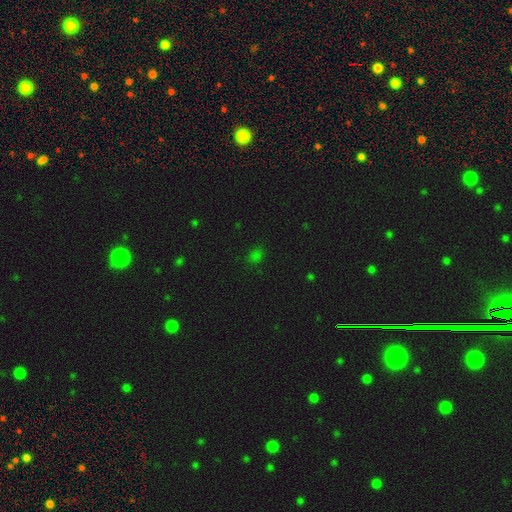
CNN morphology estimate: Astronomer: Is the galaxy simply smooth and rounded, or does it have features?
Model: smooth — 66%.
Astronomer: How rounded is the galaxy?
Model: in between — 52% (runner-up: round, 46%).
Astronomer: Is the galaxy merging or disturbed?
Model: none — 82%.